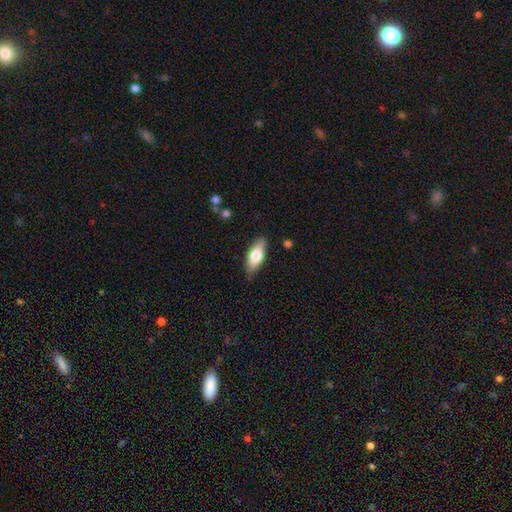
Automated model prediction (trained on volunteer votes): smooth_or_featured: smooth (p=0.67) [alt: featured or disk p=0.27]
how_rounded: in between (p=0.77) [alt: cigar-shaped p=0.20]
merging: none (p=0.84) [alt: minor disturbance p=0.13]